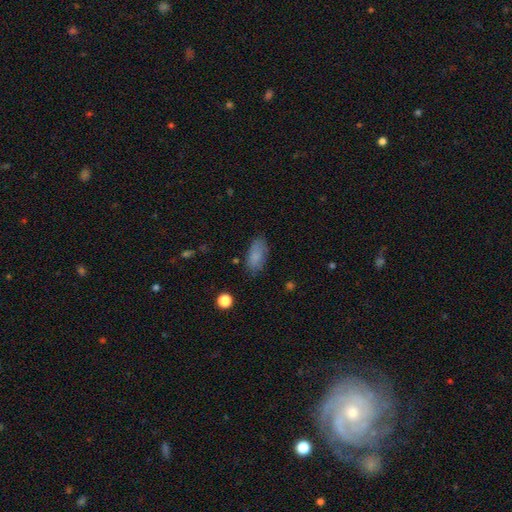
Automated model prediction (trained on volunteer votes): The model was most divided on "merging": none: 77%, minor disturbance: 17%, major disturbance: 4%, merger: 2%. More confident: how rounded — in between (88%); smooth or featured — smooth (83%).